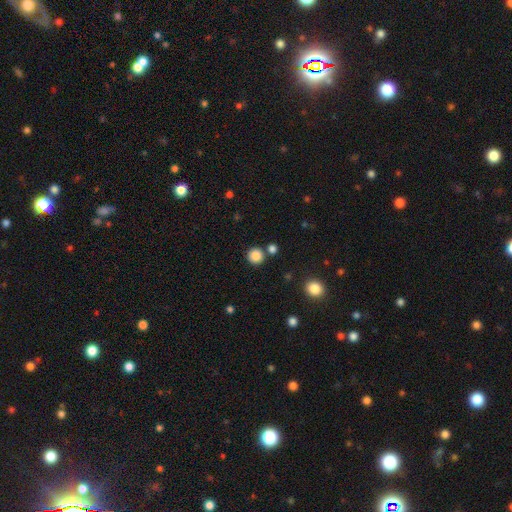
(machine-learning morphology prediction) smooth 86%, star or artifact 11%, featured or disk 3%. Down the decision tree: how rounded — round (94%); merging — none (82%).